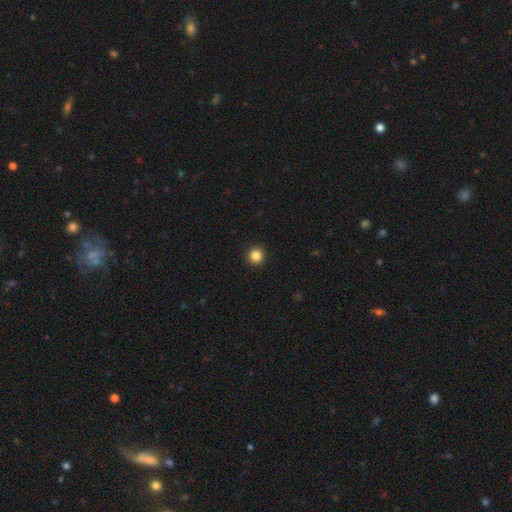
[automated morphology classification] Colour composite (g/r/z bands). It shows a smooth galaxy with no disk features (86%) that is round (95%). Merging: none (93%).